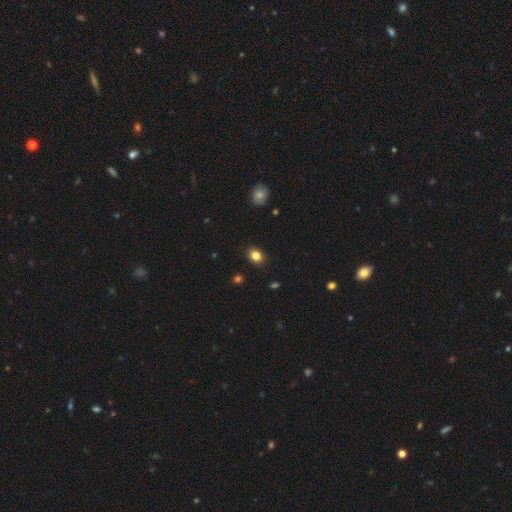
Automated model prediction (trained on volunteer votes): The model was most divided on "how rounded": in between: 55%, round: 44%, cigar-shaped: 1%. More confident: merging — none (90%); smooth or featured — smooth (84%).